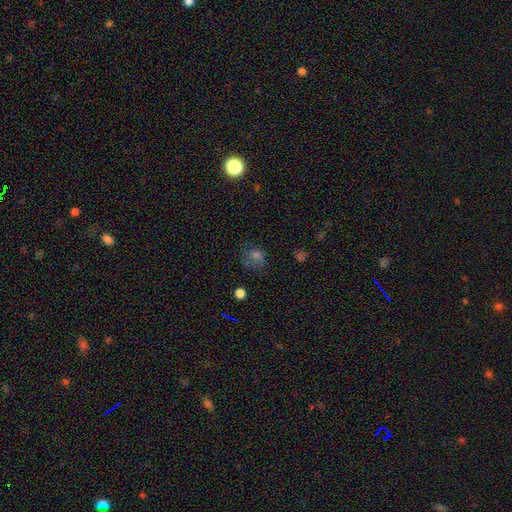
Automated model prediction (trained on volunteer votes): The model was most divided on "smooth or featured": smooth: 55%, star or artifact: 27%, featured or disk: 18%. More confident: how rounded — round (67%); merging — none (57%).